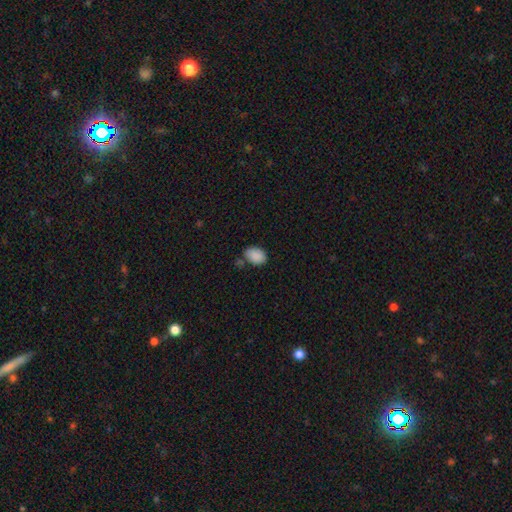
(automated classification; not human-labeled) smooth_or_featured: smooth (p=0.88) [alt: star or artifact p=0.08]
how_rounded: in between (p=0.80) [alt: round p=0.19]
merging: none (p=0.67) [alt: minor disturbance p=0.18]